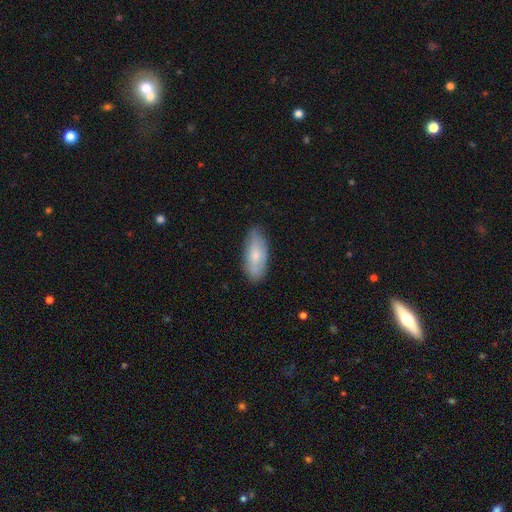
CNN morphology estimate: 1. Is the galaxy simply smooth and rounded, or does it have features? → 69% smooth, 25% featured or disk, 6% star or artifact.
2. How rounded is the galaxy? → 83% in between, 14% cigar-shaped, 2% round.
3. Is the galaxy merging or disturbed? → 78% none, 18% minor disturbance, 3% major disturbance, 1% merger.